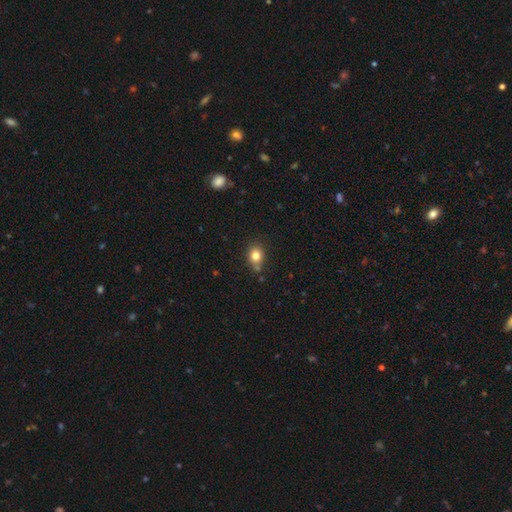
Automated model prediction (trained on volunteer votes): This is likely a smooth galaxy (80%). How rounded: likely round (68%). Merging: likely none (70%).